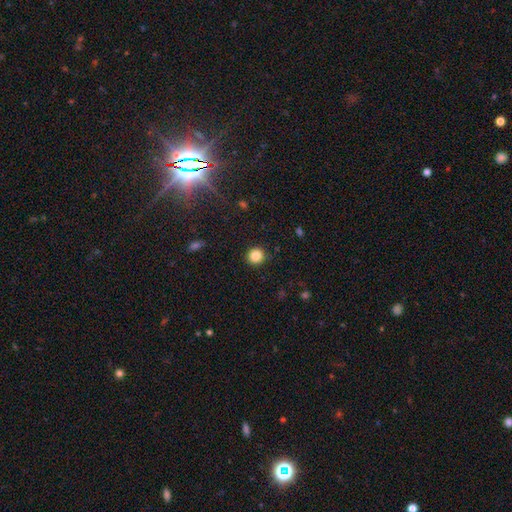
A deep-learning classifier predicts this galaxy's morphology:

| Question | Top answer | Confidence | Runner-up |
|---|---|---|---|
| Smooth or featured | smooth | 85% | star or artifact (11%) |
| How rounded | round | 91% | in between (8%) |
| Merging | none | 90% | minor disturbance (7%) |